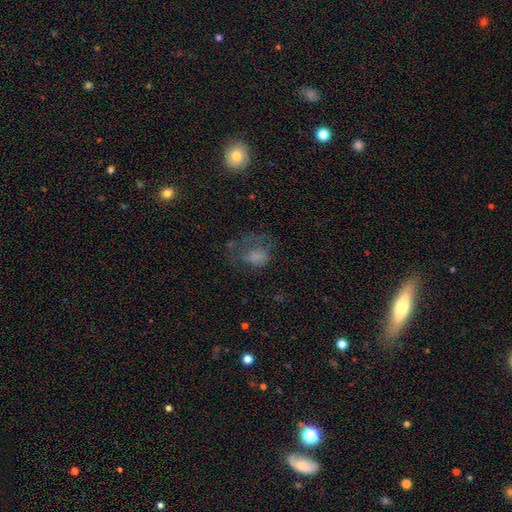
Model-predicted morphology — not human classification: Smooth or featured?
  - smooth: 59% *
  - featured or disk: 24%
  - star or artifact: 16%
How rounded?
  - in between: 56% *
  - round: 42%
  - cigar-shaped: 1%
Merging?
  - major disturbance: 43% *
  - none: 32%
  - minor disturbance: 22%
  - merger: 3%